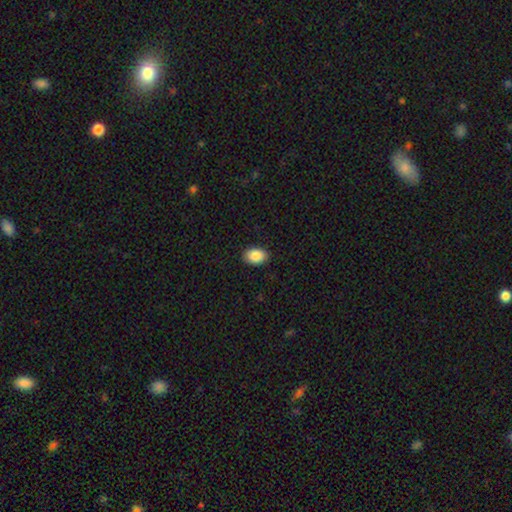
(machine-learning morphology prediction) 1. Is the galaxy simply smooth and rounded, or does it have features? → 88% smooth, 7% star or artifact, 5% featured or disk.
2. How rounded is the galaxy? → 83% in between, 16% round, 1% cigar-shaped.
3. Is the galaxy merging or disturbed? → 89% none, 8% minor disturbance, 2% major disturbance, 1% merger.